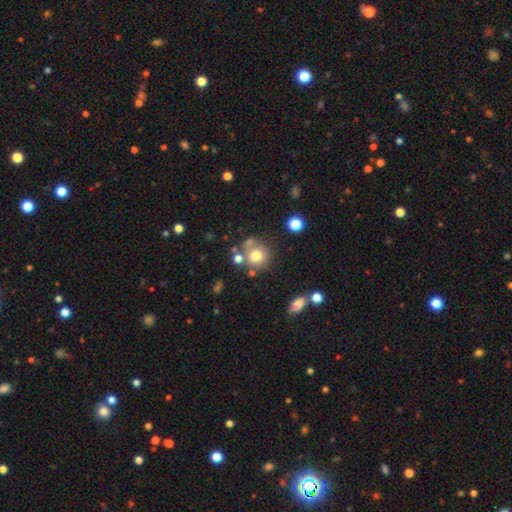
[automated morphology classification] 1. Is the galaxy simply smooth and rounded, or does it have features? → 73% smooth, 15% featured or disk, 12% star or artifact.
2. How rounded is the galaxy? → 89% round, 10% in between, 1% cigar-shaped.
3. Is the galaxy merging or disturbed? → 64% none, 16% merger, 13% minor disturbance, 6% major disturbance.